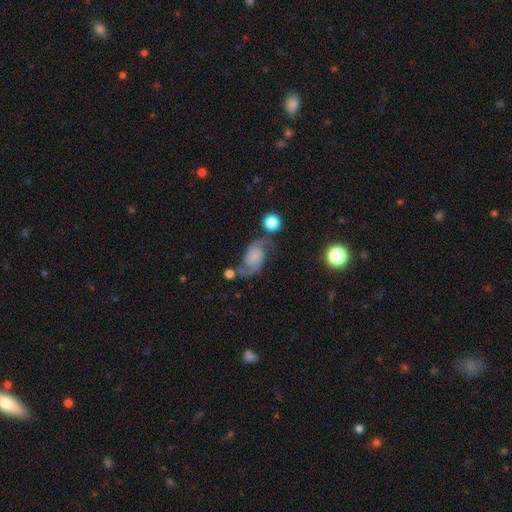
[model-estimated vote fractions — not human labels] Morphology: type=featured or disk (83%); edge-on=no (97%); bar=no (63%); spiral arms=yes (97%); winding=medium (43%, tied with loose); arm count=2 (94%); bulge=none (43%); merging=none (62%).